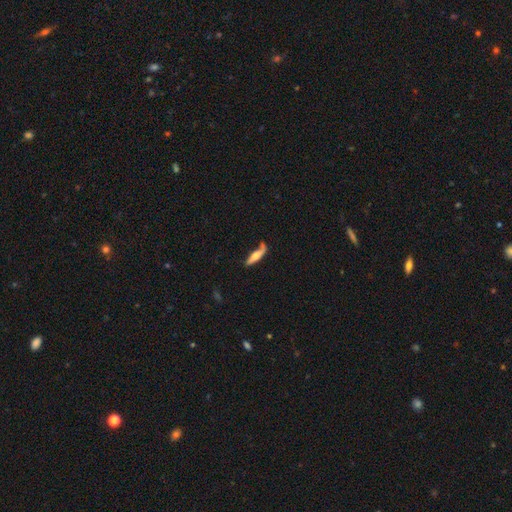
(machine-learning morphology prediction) Smooth or featured? smooth (50%)
Merging? none (63%)